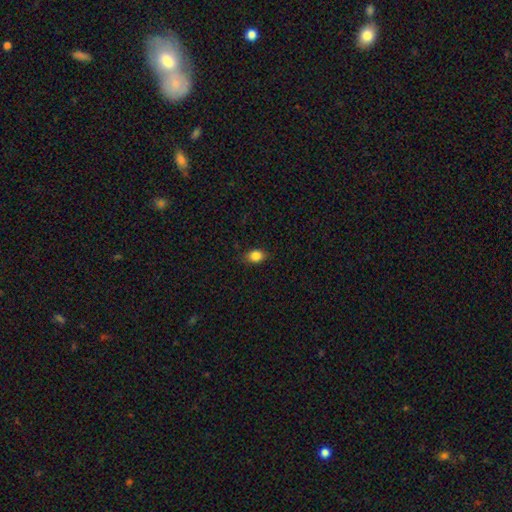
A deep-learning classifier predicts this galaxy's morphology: The model was most divided on "how rounded": in between: 65%, round: 34%, cigar-shaped: 2%. More confident: smooth or featured — smooth (85%); merging — none (83%).